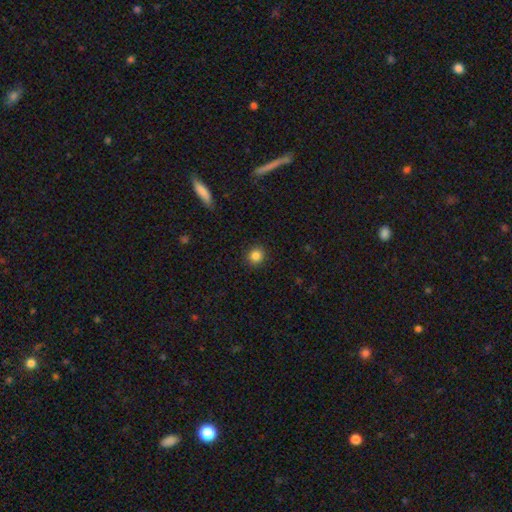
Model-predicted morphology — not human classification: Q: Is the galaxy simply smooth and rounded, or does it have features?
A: smooth — 85%.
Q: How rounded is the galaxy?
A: round — 91%.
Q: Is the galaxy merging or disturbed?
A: none — 92%.